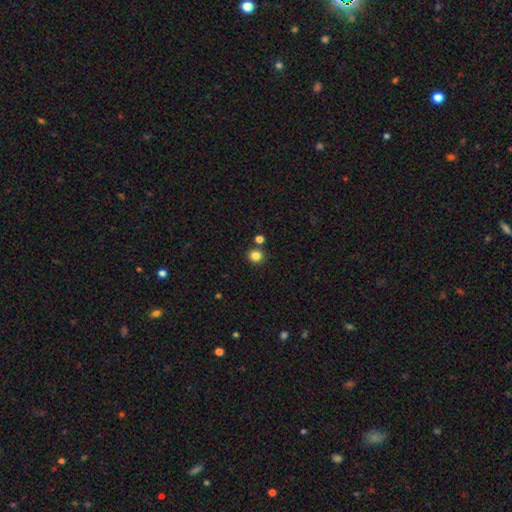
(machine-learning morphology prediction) A smooth galaxy with no disk features (84%) that is round (90%). Merging: none (84%).